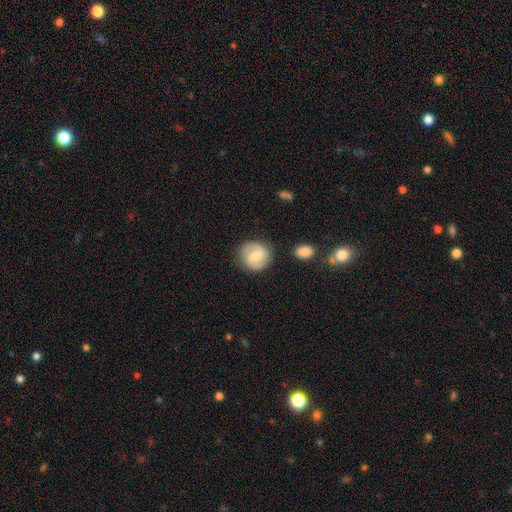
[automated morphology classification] featured or disk 49%, smooth 44%, star or artifact 7%. Down the decision tree: merging — none (82%).